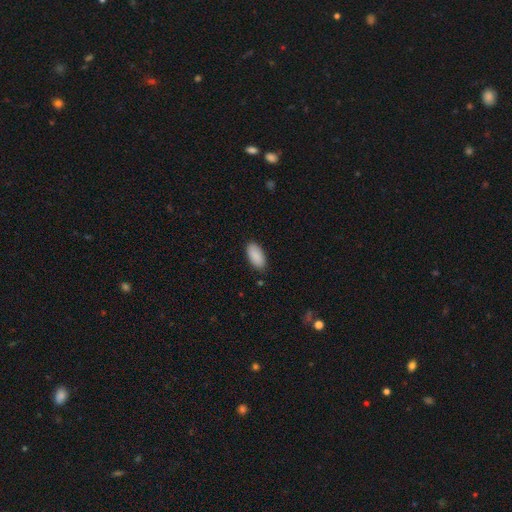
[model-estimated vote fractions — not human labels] Q: Smooth or featured?
A: smooth (90%); runner-up: star or artifact (6%)
Q: How rounded?
A: in between (93%); runner-up: cigar-shaped (5%)
Q: Merging?
A: none (86%); runner-up: minor disturbance (10%)